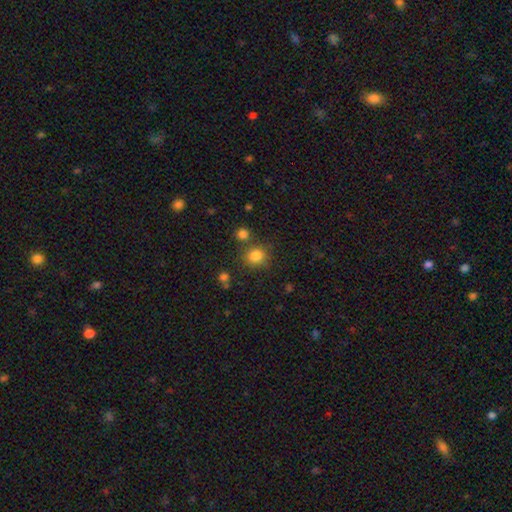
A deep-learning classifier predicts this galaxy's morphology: type=smooth (82%); roundness=round (83%); merging=none (73%).